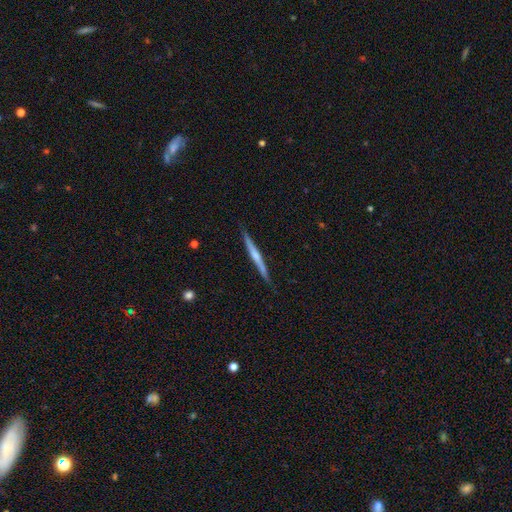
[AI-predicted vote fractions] featured or disk 60%, smooth 34%, star or artifact 5%. Down the decision tree: edge-on disk — yes (98%); edge-on bulge — rounded (51%); merging — none (88%).